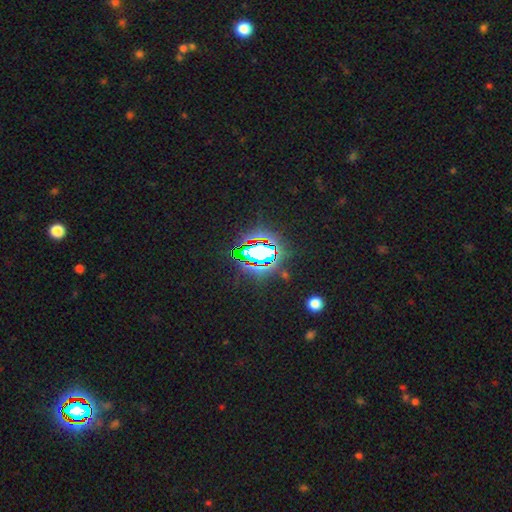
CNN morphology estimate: The model was most divided on "smooth or featured": star or artifact: 73%, smooth: 15%, featured or disk: 11%.